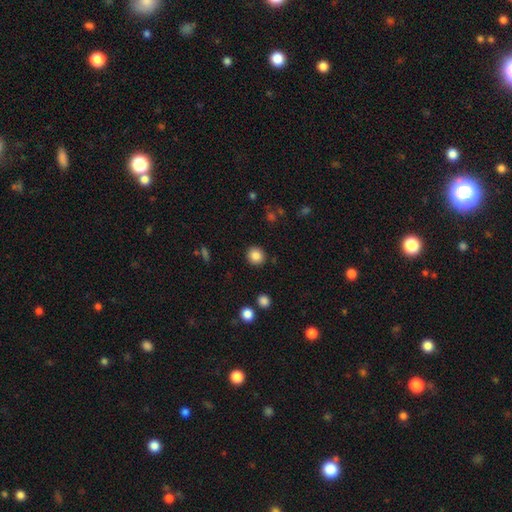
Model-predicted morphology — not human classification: smooth_or_featured: smooth (p=0.85) [alt: star or artifact p=0.10]
how_rounded: round (p=0.89) [alt: in between p=0.10]
merging: none (p=0.90) [alt: minor disturbance p=0.06]